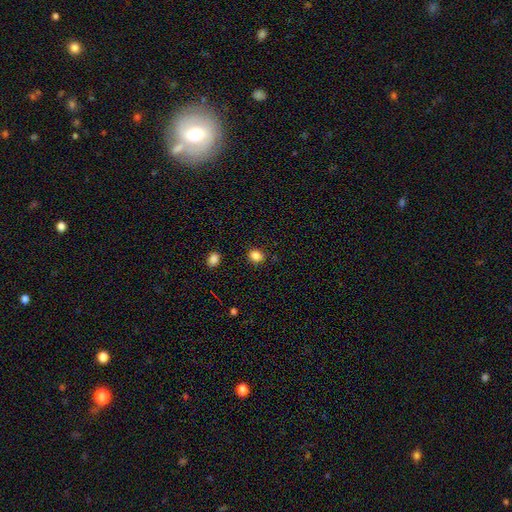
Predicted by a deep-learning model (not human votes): This appears to be a smooth galaxy with no disk features (85%) that is round (62%). Merging: none (86%).